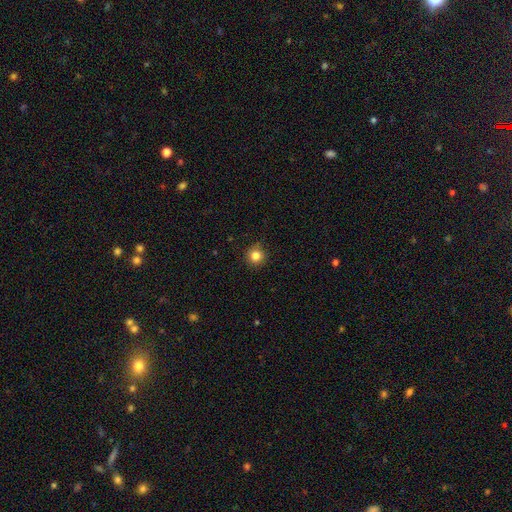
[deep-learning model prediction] A smooth galaxy with no disk features (83%) that is round (94%).

Vote fractions:
- Smooth or featured? smooth: 83% / star or artifact: 12% / featured or disk: 5%
- How rounded? round: 94% / in between: 6% / cigar-shaped: 1%
- Merging? none: 86% / minor disturbance: 11% / major disturbance: 2% / merger: 1%